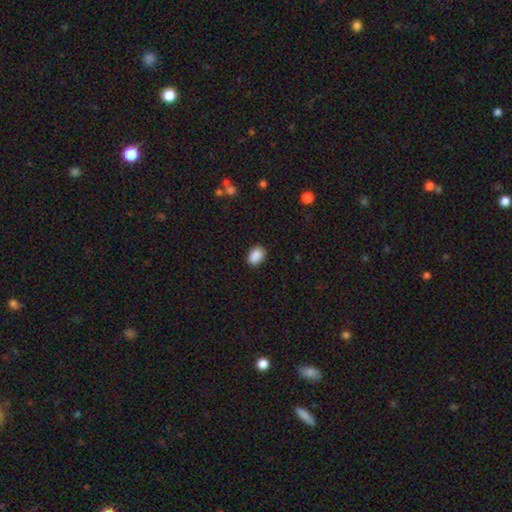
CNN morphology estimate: type=smooth (90%); roundness=in between (79%); merging=none (88%).